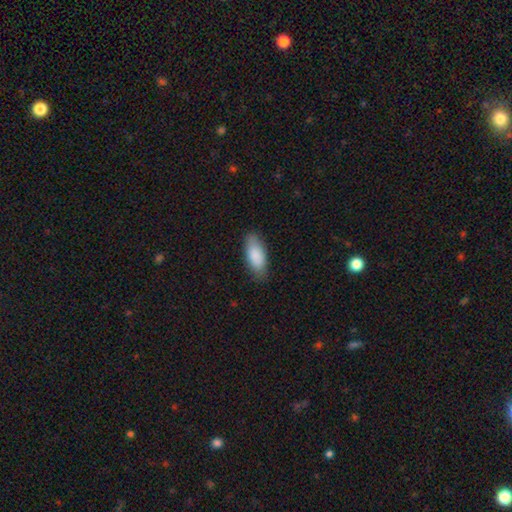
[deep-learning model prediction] Smooth or featured: smooth — 88% (featured or disk — 7%)
How rounded: in between — 85% (cigar-shaped — 13%)
Merging: none — 81% (minor disturbance — 15%)